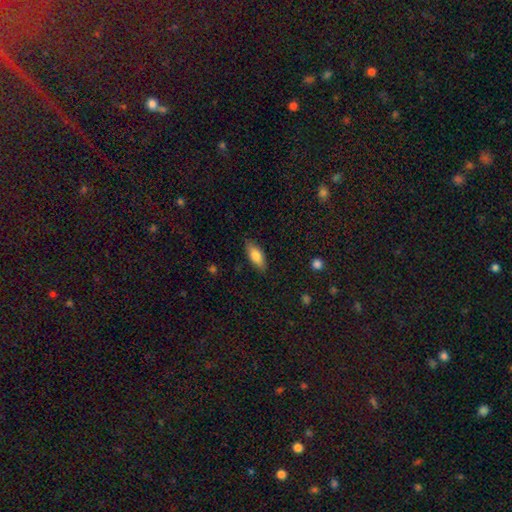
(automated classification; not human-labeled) Smooth or featured? smooth (82%)
How rounded? in between (81%)
Merging? none (84%)